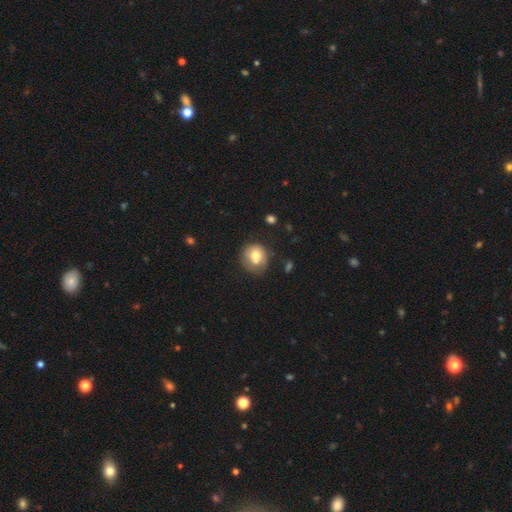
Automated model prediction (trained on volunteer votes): A smooth galaxy with no disk features (67%) that is round (80%).

Vote fractions:
- Smooth or featured? smooth: 67% / featured or disk: 24% / star or artifact: 9%
- How rounded? round: 80% / in between: 19% / cigar-shaped: 1%
- Merging? none: 50% / minor disturbance: 21% / merger: 20% / major disturbance: 9%